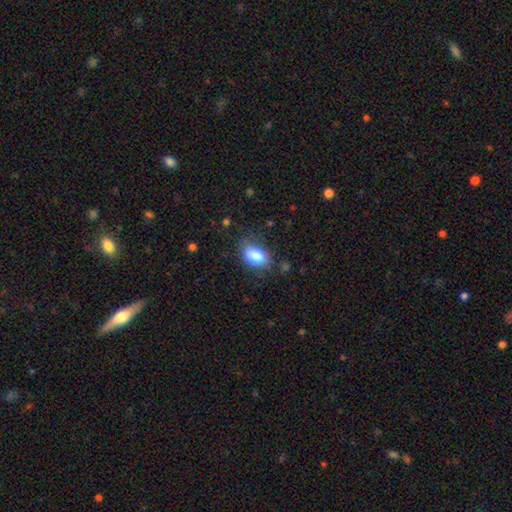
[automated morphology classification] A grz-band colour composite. It shows a smooth galaxy with no disk features (85%) that is in between round and cigar-shaped (89%). Merging: none (69%).